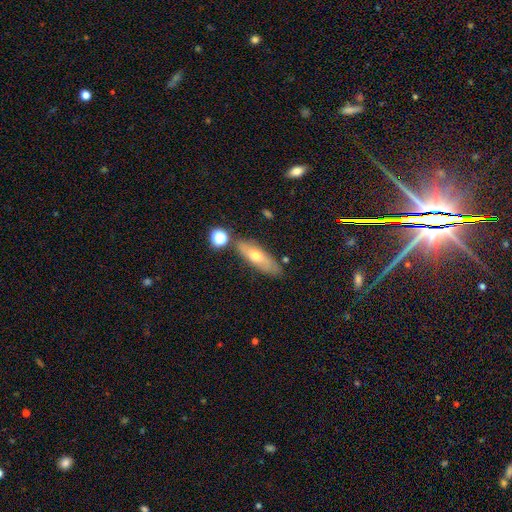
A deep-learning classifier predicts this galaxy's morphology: smooth-or-featured: smooth: 54% | featured or disk: 37% | star or artifact: 8%
  how-rounded: cigar-shaped: 48% (tied) | in between: 48% (tied) | round: 3%
  merging: none: 78% | minor disturbance: 13% | merger: 6% | major disturbance: 3%